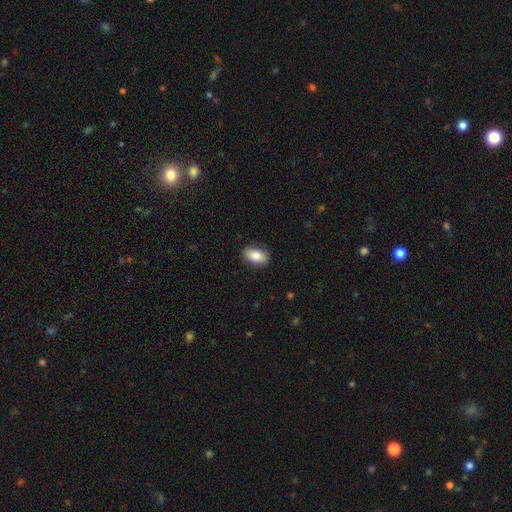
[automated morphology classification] Smooth or featured? smooth (82%)
How rounded? in between (90%)
Merging? none (87%)